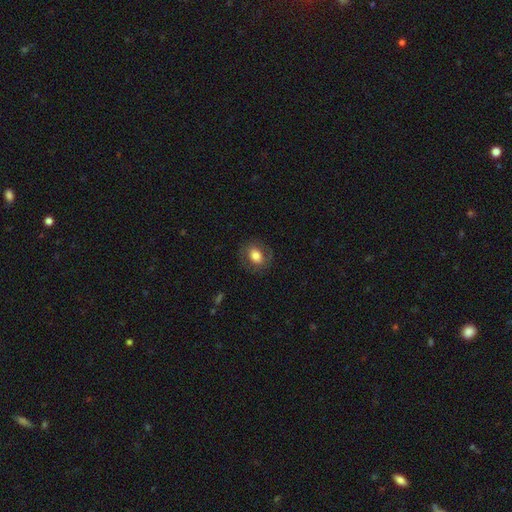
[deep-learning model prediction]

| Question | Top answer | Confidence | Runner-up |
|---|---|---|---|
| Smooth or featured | smooth | 68% | featured or disk (25%) |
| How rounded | in between | 54% | round (45%) |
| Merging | none | 80% | minor disturbance (12%) |